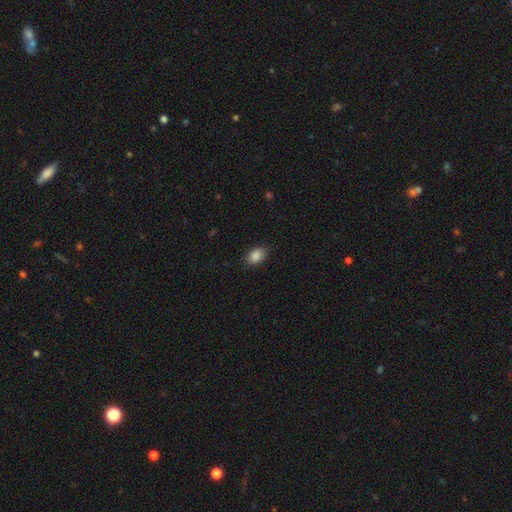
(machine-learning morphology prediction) This is clearly a smooth galaxy (88%). How rounded: clearly in between (82%). Merging: clearly none (87%).